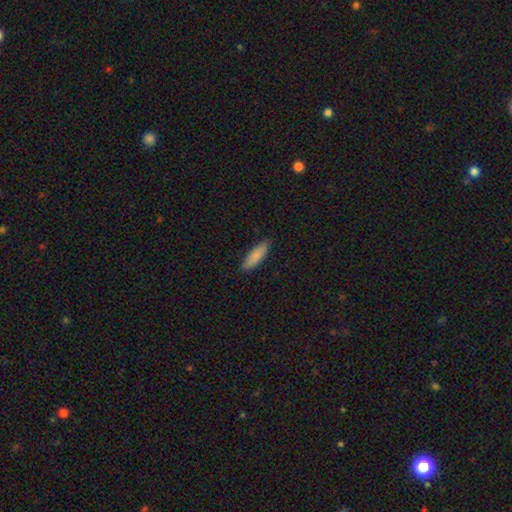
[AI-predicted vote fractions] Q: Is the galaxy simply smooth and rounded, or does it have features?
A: smooth — 87%.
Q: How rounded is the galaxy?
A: cigar-shaped — 55%.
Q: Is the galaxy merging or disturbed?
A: none — 88%.